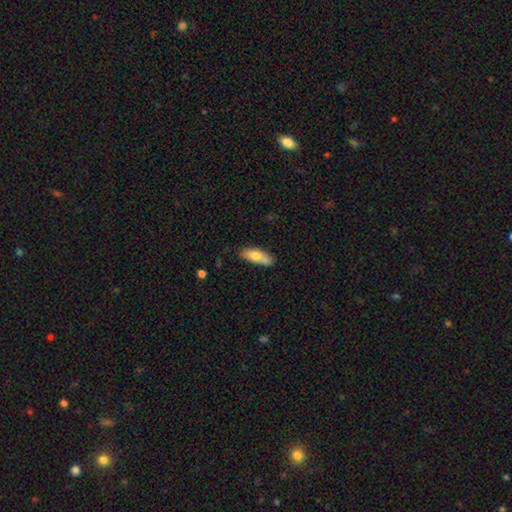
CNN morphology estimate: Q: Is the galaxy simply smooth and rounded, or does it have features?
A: smooth — 70%.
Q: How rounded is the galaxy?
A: in between — 72%.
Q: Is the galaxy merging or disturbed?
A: none — 51%.